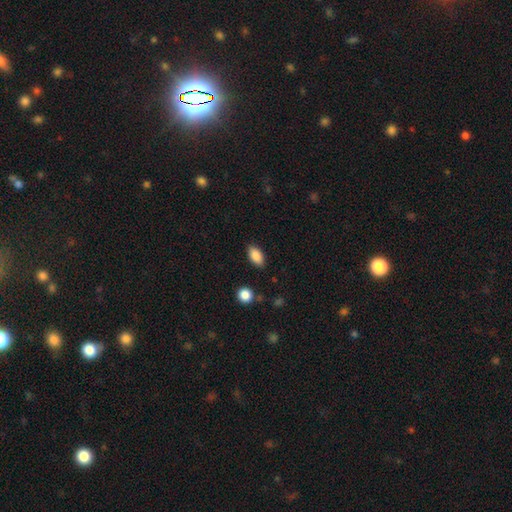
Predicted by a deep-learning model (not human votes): smooth 88%, star or artifact 8%, featured or disk 5%. Down the decision tree: how rounded — in between (91%); merging — none (85%).